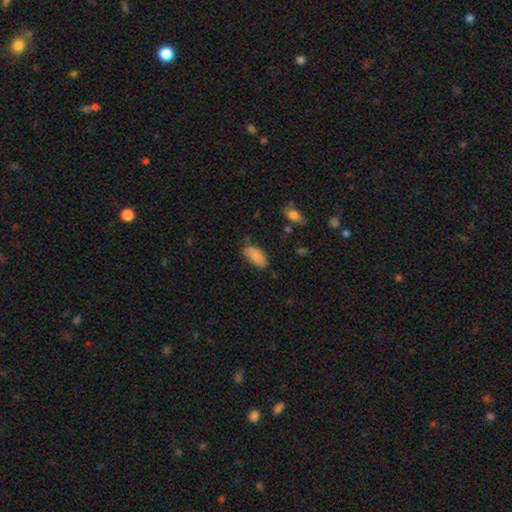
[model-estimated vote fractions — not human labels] Smooth or featured?
  - smooth: 85% *
  - featured or disk: 8%
  - star or artifact: 7%
How rounded?
  - in between: 92% *
  - cigar-shaped: 5%
  - round: 2%
Merging?
  - none: 67% *
  - minor disturbance: 26%
  - major disturbance: 5%
  - merger: 2%